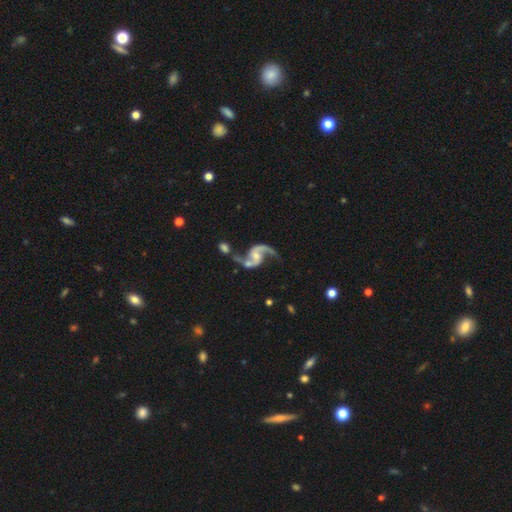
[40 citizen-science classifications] Volunteers were most divided on "merging": none: 35%, merger: 30%, minor disturbance: 18%, major disturbance: 18%. Remaining: spiral arm count — 2 (100%); edge-on disk — no (97%); smooth or featured — featured or disk (95%); spiral arms — yes (92%); spiral winding — loose (76%); bar — no (51%); bulge size — small (43%).